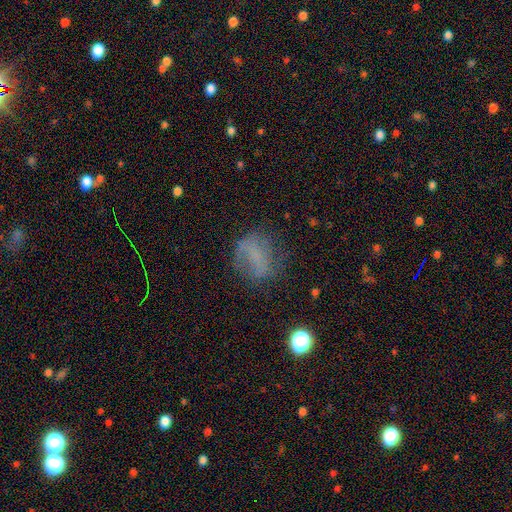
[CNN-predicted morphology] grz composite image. It shows a smooth galaxy with no disk features (49%). Merging: none (57%).